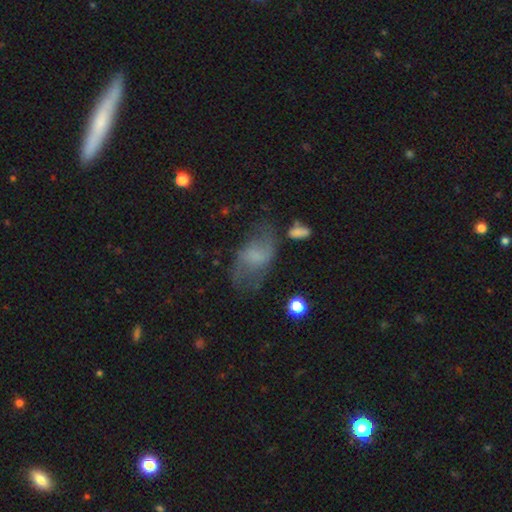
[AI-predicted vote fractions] Overall: featured or disk (49%; smooth 40%). Merging: none (48%; minor disturbance 25%).